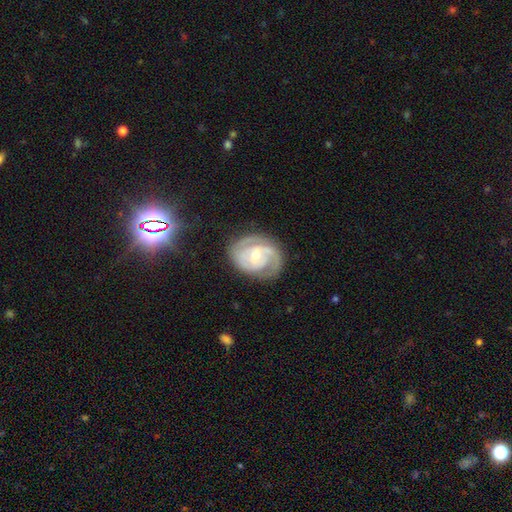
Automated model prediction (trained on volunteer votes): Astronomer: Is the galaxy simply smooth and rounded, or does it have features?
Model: featured or disk — 84%.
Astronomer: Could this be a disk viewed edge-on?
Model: no — 98%.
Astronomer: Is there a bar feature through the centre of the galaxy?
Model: no — 49% (runner-up: weak, 40%).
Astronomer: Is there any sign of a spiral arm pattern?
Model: yes — 94%.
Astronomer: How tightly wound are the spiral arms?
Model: tight — 57% (runner-up: medium, 35%).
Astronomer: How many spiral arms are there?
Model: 2 — 59%.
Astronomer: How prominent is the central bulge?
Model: small — 48% (runner-up: moderate, 47%).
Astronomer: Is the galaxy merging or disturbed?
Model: none — 73%.